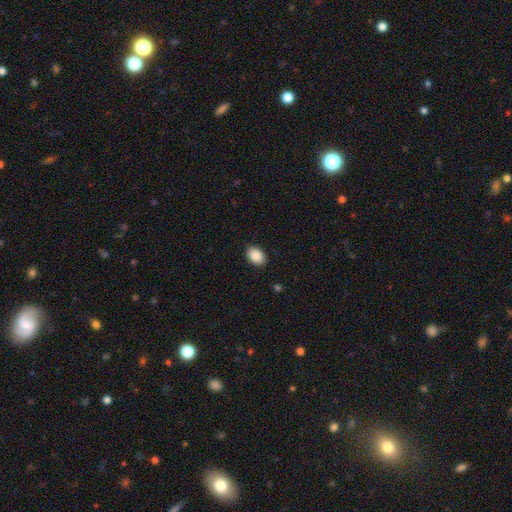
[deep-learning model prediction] Smooth or featured? smooth (88%)
How rounded? in between (81%)
Merging? none (89%)